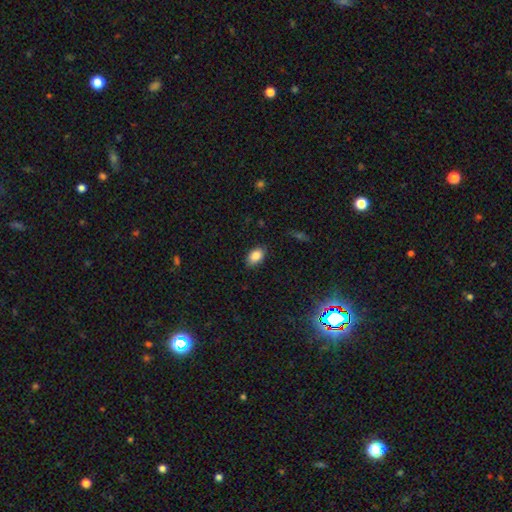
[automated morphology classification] The model was most divided on "merging": none: 84%, minor disturbance: 12%, major disturbance: 3%, merger: 1%. More confident: how rounded — in between (88%); smooth or featured — smooth (87%).